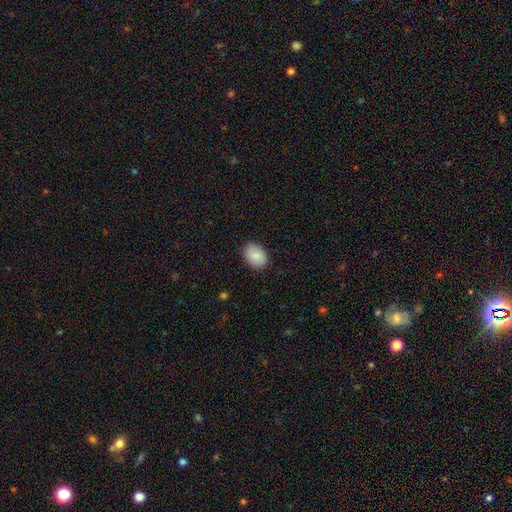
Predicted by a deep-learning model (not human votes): Morphology: type=smooth (88%); roundness=in between (76%); merging=none (88%).